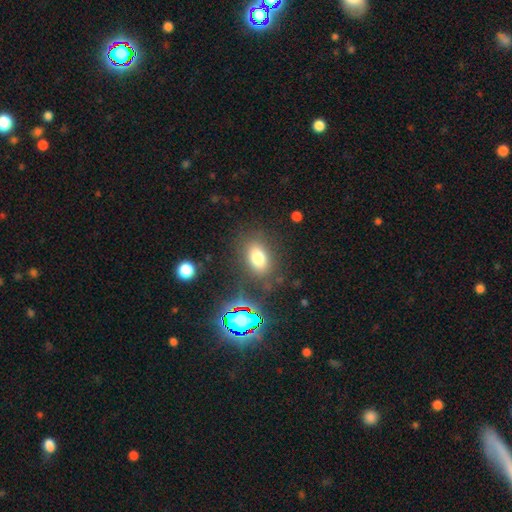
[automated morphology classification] Q: Smooth or featured?
A: smooth (73%); runner-up: star or artifact (17%)
Q: How rounded?
A: in between (81%); runner-up: round (16%)
Q: Merging?
A: none (80%); runner-up: minor disturbance (12%)